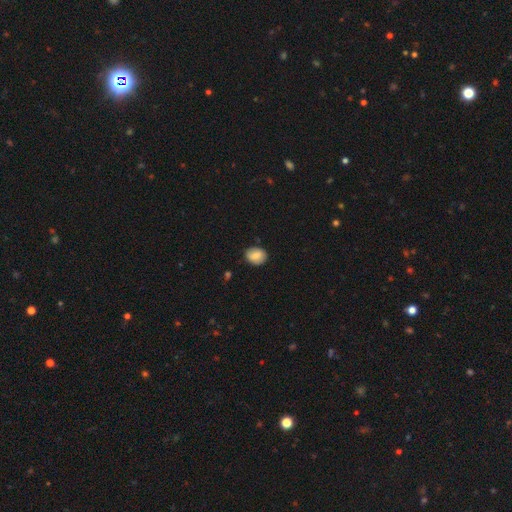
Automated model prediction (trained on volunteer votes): smooth-or-featured: smooth: 81% | featured or disk: 11% | star or artifact: 8%
  how-rounded: in between: 56% | round: 43% | cigar-shaped: 1%
  merging: none: 83% | minor disturbance: 13% | major disturbance: 3% | merger: 1%